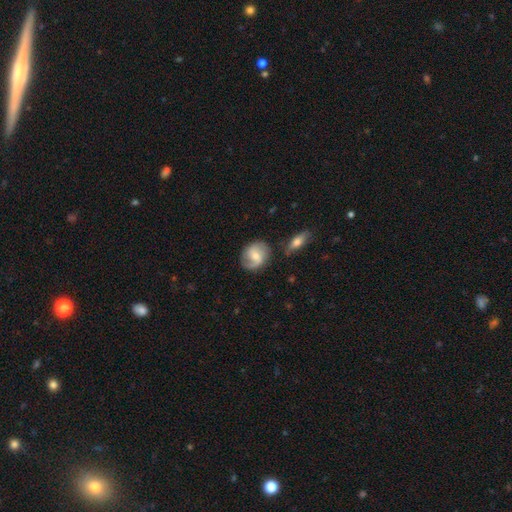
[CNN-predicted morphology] Q: Smooth or featured?
A: featured or disk (61%); runner-up: smooth (33%)
Q: Edge-on disk?
A: no (96%); runner-up: yes (4%)
Q: Bar?
A: no (46%); runner-up: weak (43%)
Q: Spiral arms?
A: yes (87%); runner-up: no (13%)
Q: Spiral winding?
A: medium (43%); runner-up: loose (32%)
Q: Spiral arm count?
A: 2 (74%); runner-up: 1 (13%)
Q: Bulge size?
A: moderate (52%); runner-up: small (41%)
Q: Merging?
A: none (73%); runner-up: minor disturbance (18%)